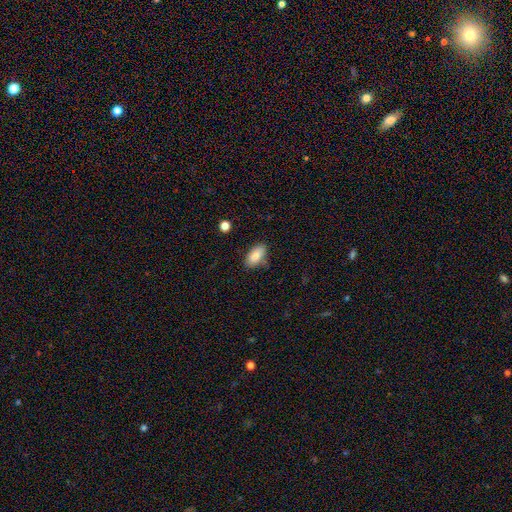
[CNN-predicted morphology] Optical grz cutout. It shows a smooth galaxy with no disk features (85%) that is in between round and cigar-shaped (92%). Merging: none (78%).